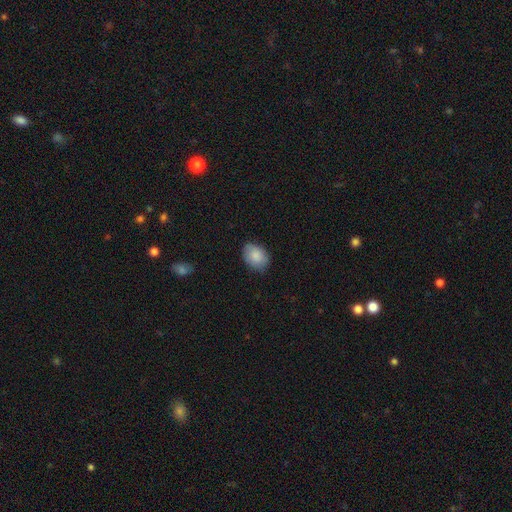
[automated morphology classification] This is clearly a smooth galaxy (85%). How rounded: likely in between (76%). Merging: likely none (78%).